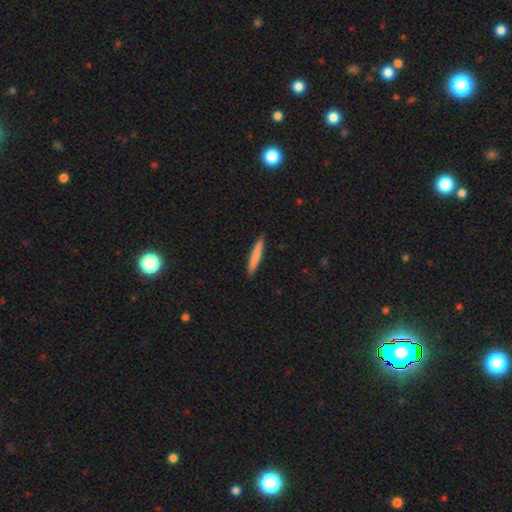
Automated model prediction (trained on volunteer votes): smooth 79%, featured or disk 16%, star or artifact 5%. Down the decision tree: how rounded — cigar-shaped (94%); merging — none (91%).